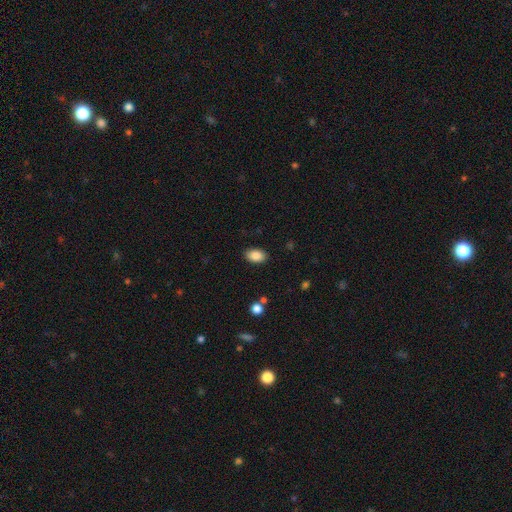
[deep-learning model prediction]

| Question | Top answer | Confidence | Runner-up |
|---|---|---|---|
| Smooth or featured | smooth | 87% | star or artifact (8%) |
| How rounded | in between | 89% | round (10%) |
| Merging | none | 88% | minor disturbance (9%) |